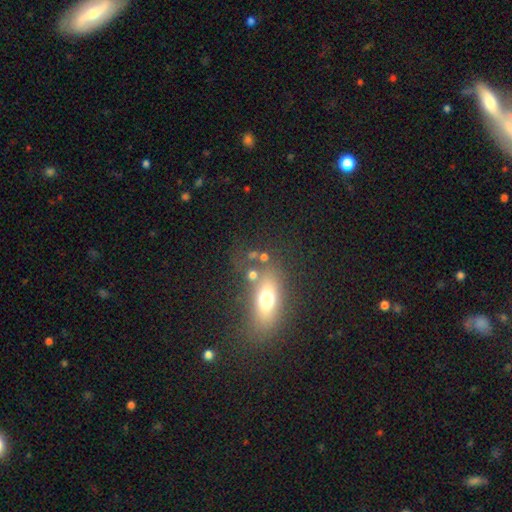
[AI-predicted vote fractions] Smooth or featured? Predicted: smooth (p=0.51). How rounded? Predicted: in between (p=0.71). Merging? Predicted: none (p=0.51).